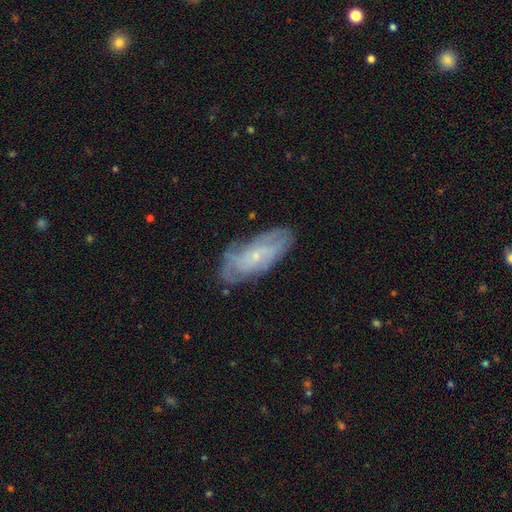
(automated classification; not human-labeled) Q: Smooth or featured?
A: featured or disk (66%); runner-up: smooth (26%)
Q: Edge-on disk?
A: no (89%); runner-up: yes (11%)
Q: Bar?
A: no (71%); runner-up: weak (24%)
Q: Spiral arms?
A: yes (78%); runner-up: no (22%)
Q: Bulge size?
A: small (80%); runner-up: moderate (14%)
Q: Merging?
A: none (70%); runner-up: minor disturbance (21%)